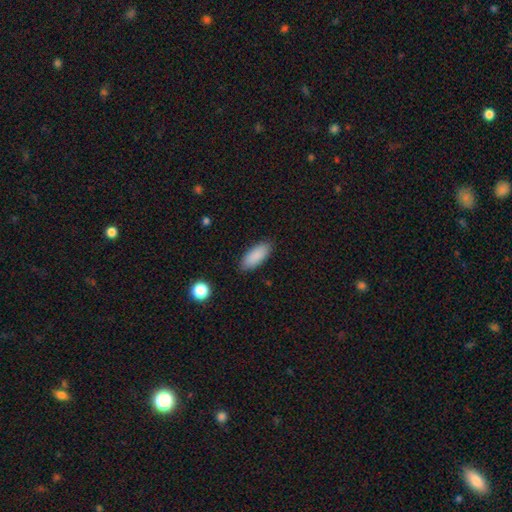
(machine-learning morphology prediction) Overall: smooth (89%). How rounded: in between (82%). Merging: none (86%).